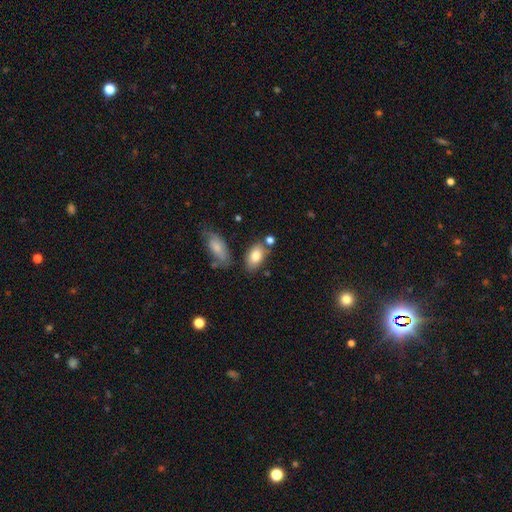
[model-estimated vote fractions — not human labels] The model was most divided on "merging": none: 69%, minor disturbance: 16%, merger: 11%, major disturbance: 4%. More confident: how rounded — in between (91%); smooth or featured — smooth (80%).